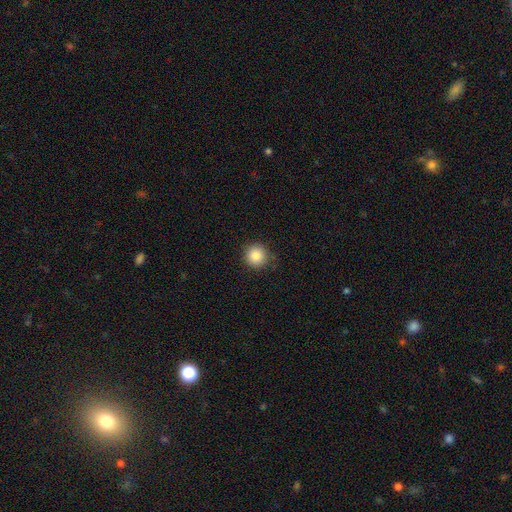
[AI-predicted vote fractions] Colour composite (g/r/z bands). It shows a smooth galaxy with no disk features (85%) that is round (94%). Merging: none (86%).